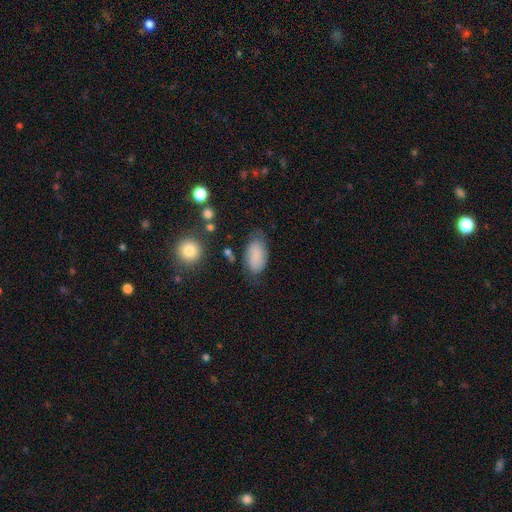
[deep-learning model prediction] Overall: smooth (81%). How rounded: in between (93%). Merging: none (64%; minor disturbance 25%).